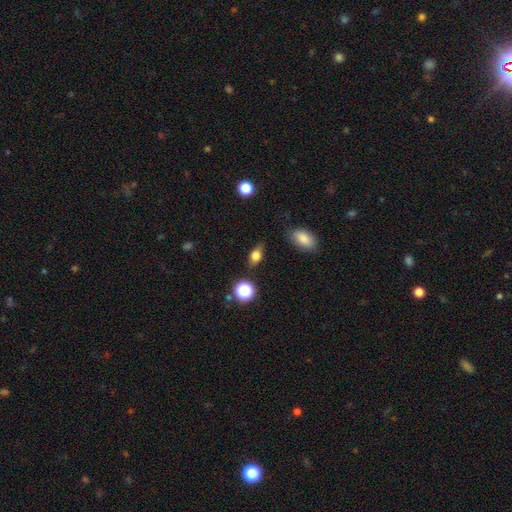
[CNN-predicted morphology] Smooth or featured: smooth — 75% (featured or disk — 14%)
How rounded: in between — 75% (round — 20%)
Merging: none — 74% (minor disturbance — 18%)